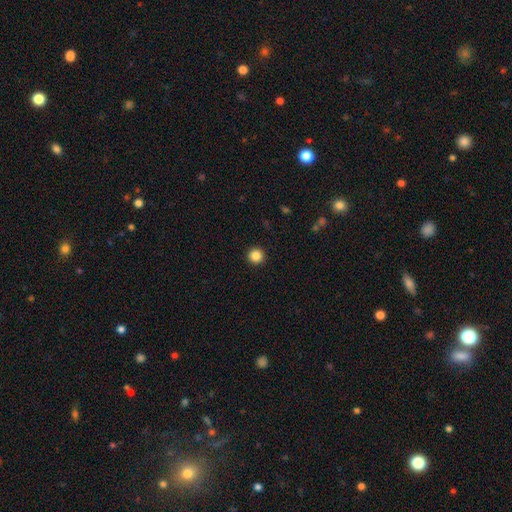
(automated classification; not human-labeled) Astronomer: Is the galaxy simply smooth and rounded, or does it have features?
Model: smooth — 86%.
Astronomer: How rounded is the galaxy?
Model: round — 96%.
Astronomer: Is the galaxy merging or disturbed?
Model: none — 94%.